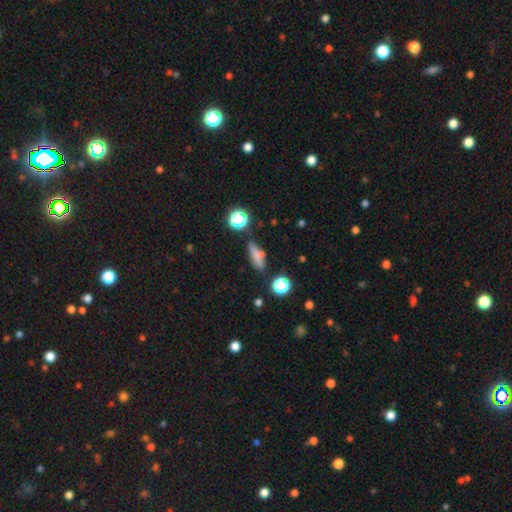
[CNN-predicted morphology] A smooth galaxy with no disk features (66%) that is cigar-shaped (47%). Merging: none (63%).